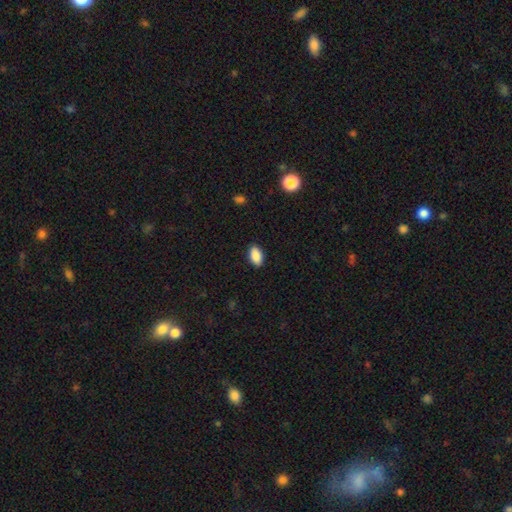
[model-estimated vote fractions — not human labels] smooth_or_featured: smooth (p=0.89) [alt: star or artifact p=0.07]
how_rounded: in between (p=0.92) [alt: round p=0.06]
merging: none (p=0.88) [alt: minor disturbance p=0.09]